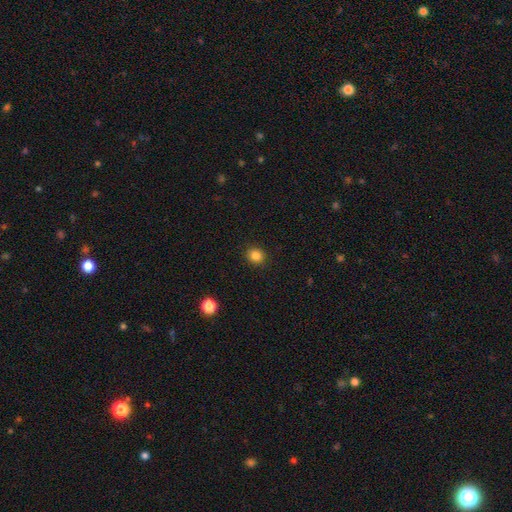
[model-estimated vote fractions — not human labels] Q: Smooth or featured?
A: smooth (84%); runner-up: star or artifact (12%)
Q: How rounded?
A: round (82%); runner-up: in between (17%)
Q: Merging?
A: none (91%); runner-up: minor disturbance (6%)